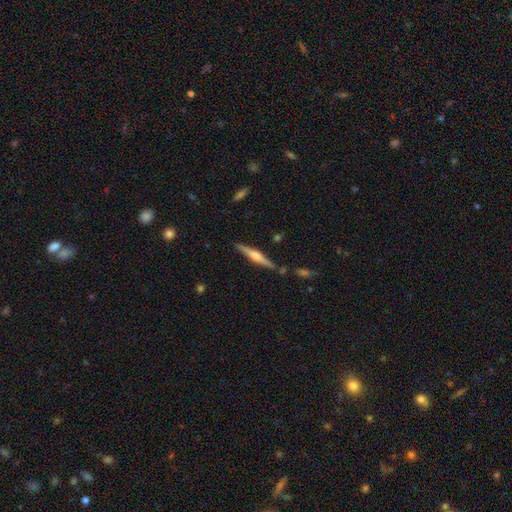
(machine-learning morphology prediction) Smooth or featured?
  - featured or disk: 67% *
  - smooth: 28%
  - star or artifact: 6%
Edge-on disk?
  - yes: 98% *
  - no: 2%
Edge-on bulge?
  - rounded: 84% *
  - boxy: 10%
  - none: 7%
Merging?
  - none: 87% *
  - minor disturbance: 8%
  - merger: 3%
  - major disturbance: 2%